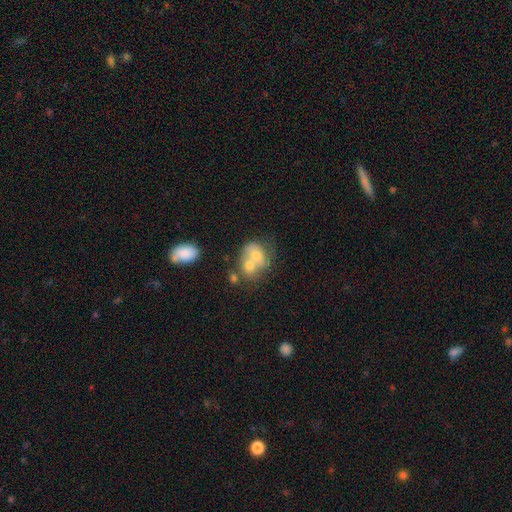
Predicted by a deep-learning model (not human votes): Smooth or featured?
  - smooth: 57% *
  - featured or disk: 32%
  - star or artifact: 11%
How rounded?
  - in between: 52% *
  - round: 46%
  - cigar-shaped: 1%
Merging?
  - merger: 64% *
  - none: 22%
  - minor disturbance: 9%
  - major disturbance: 6%